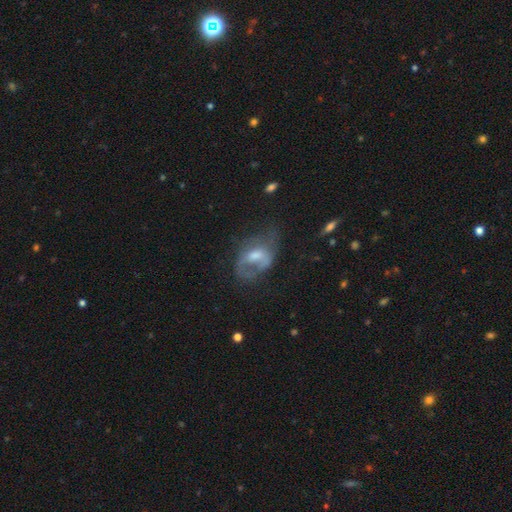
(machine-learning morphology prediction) Smooth or featured? Predicted: featured or disk (p=0.55). Edge-on disk? Predicted: no (p=0.95). Bar? Predicted: no (p=0.57). Spiral arms? Predicted: no (p=0.55). Bulge size? Predicted: moderate (p=0.52). Merging? Predicted: major disturbance (p=0.41).